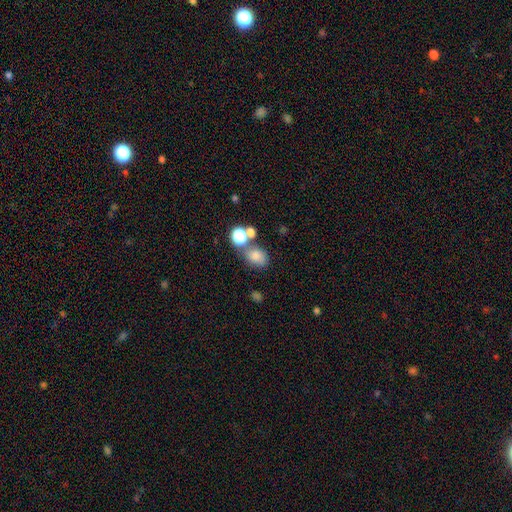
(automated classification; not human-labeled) A smooth galaxy with no disk features (74%) that is in between round and cigar-shaped (55%).

Vote fractions:
- Smooth or featured? smooth: 74% / star or artifact: 16% / featured or disk: 10%
- How rounded? in between: 55% / round: 44% / cigar-shaped: 1%
- Merging? none: 55% / merger: 24% / minor disturbance: 14% / major disturbance: 6%